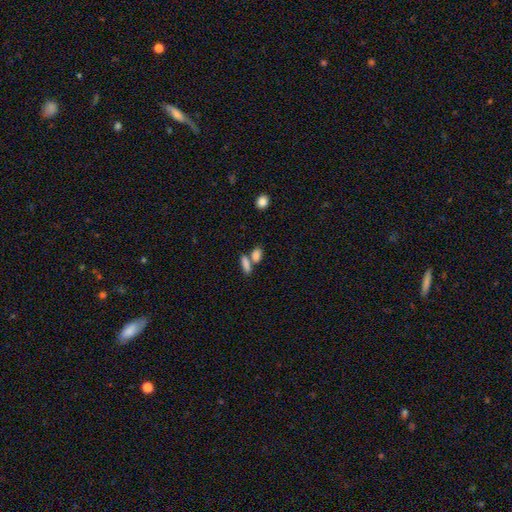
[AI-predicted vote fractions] smooth-or-featured: smooth: 83% | star or artifact: 9% | featured or disk: 8%
  how-rounded: in between: 77% | cigar-shaped: 14% | round: 9%
  merging: none: 43% (tied) | merger: 43% (tied) | minor disturbance: 9% | major disturbance: 4%